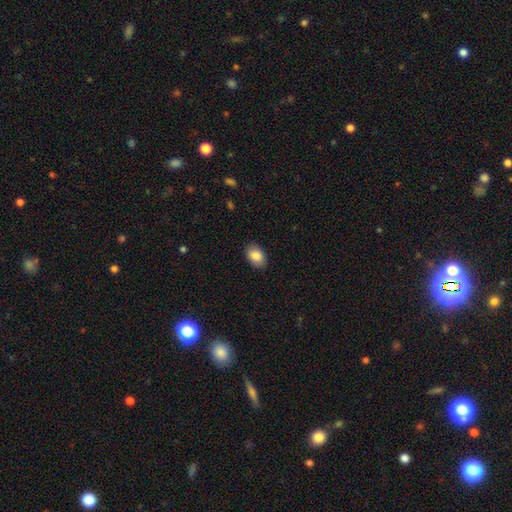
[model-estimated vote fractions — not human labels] Morphology: type=smooth (86%); roundness=in between (84%); merging=none (88%).